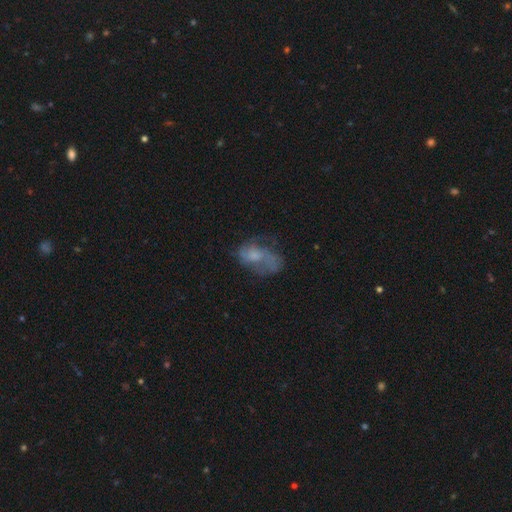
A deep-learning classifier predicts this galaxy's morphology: Smooth or featured? Predicted: featured or disk (p=0.54). Edge-on disk? Predicted: no (p=0.96). Bar? Predicted: no (p=0.74). Spiral arms? Predicted: yes (p=0.62). Bulge size? Predicted: moderate (p=0.33). Merging? Predicted: none (p=0.43).